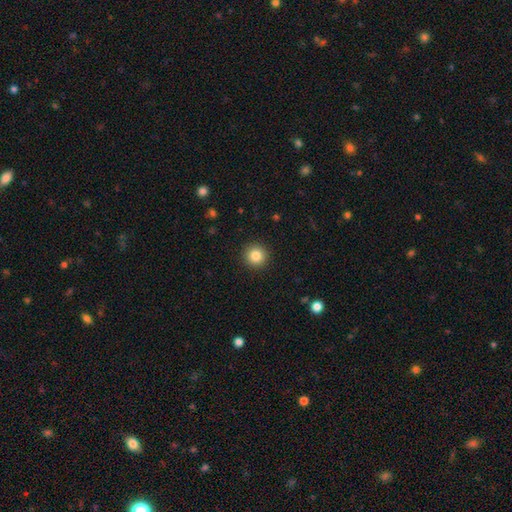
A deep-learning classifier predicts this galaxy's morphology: smooth 85%, star or artifact 10%, featured or disk 5%. Down the decision tree: how rounded — round (95%); merging — none (93%).